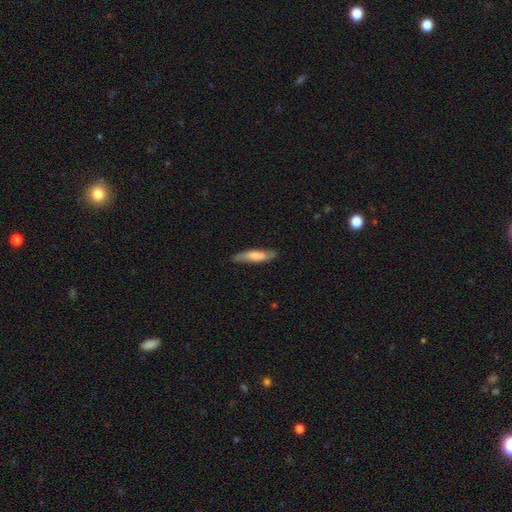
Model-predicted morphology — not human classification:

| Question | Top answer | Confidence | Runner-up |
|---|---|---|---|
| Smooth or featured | smooth | 60% | featured or disk (34%) |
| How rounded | cigar-shaped | 74% | in between (24%) |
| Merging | none | 78% | minor disturbance (17%) |